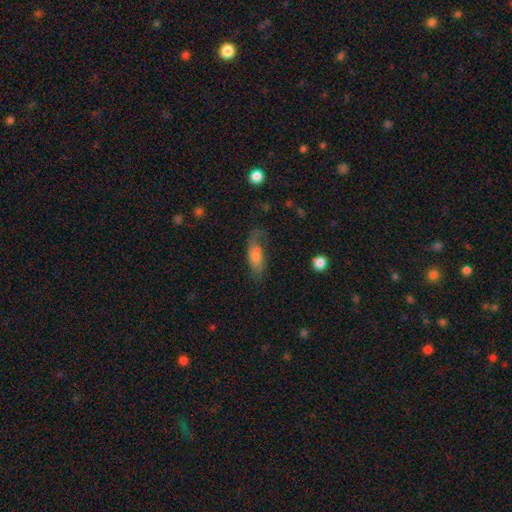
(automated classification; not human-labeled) Overall: smooth (51%; featured or disk 40%). How rounded: in between (75%). Merging: none (50%; minor disturbance 25%).